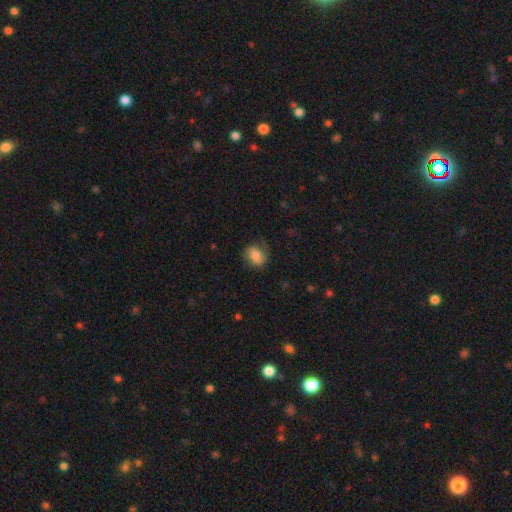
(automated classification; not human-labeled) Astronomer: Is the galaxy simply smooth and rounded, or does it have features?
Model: smooth — 58% (runner-up: featured or disk, 33%).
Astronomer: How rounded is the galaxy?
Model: round — 53% (runner-up: in between, 46%).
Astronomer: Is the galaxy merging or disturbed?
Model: none — 67%.